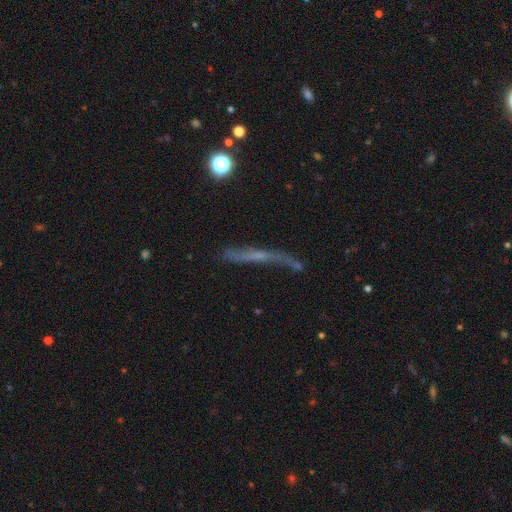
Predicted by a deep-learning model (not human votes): A featured or disk galaxy (56%) viewed edge-on (75%). Merging: none (52%).